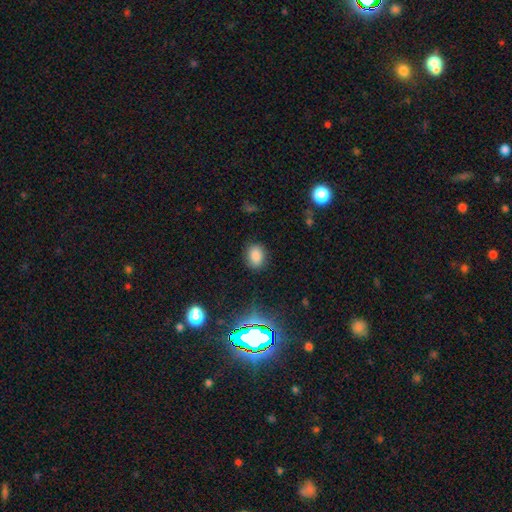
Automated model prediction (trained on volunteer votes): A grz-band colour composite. It shows a smooth galaxy with no disk features (81%) that is in between round and cigar-shaped (64%). Merging: none (85%).